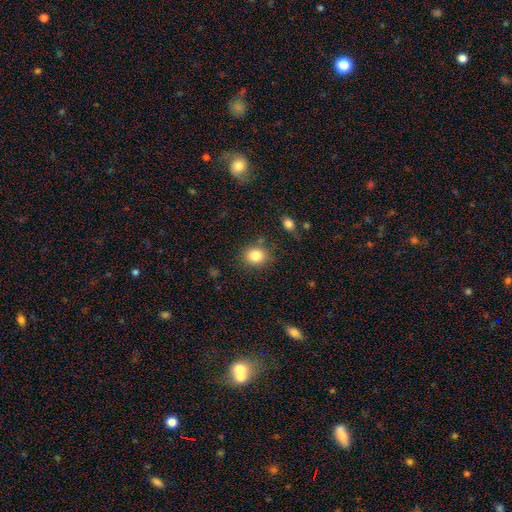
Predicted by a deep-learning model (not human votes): smooth_or_featured: smooth (p=0.82) [alt: star or artifact p=0.11]
how_rounded: round (p=0.74) [alt: in between p=0.26]
merging: none (p=0.81) [alt: minor disturbance p=0.12]